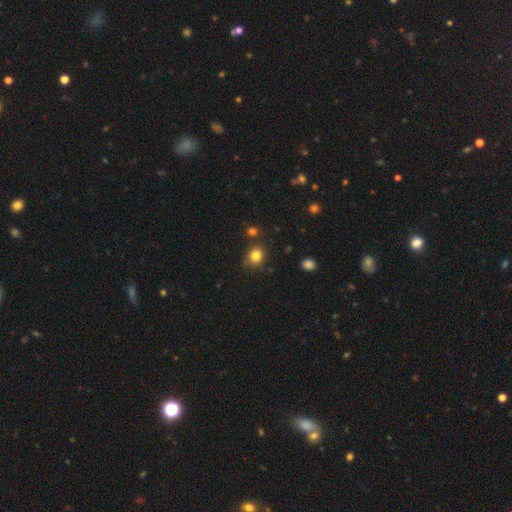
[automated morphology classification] Smooth or featured?
  - smooth: 82% *
  - star or artifact: 11%
  - featured or disk: 6%
How rounded?
  - round: 70% *
  - in between: 30%
  - cigar-shaped: 1%
Merging?
  - none: 77% *
  - minor disturbance: 14%
  - merger: 5%
  - major disturbance: 3%